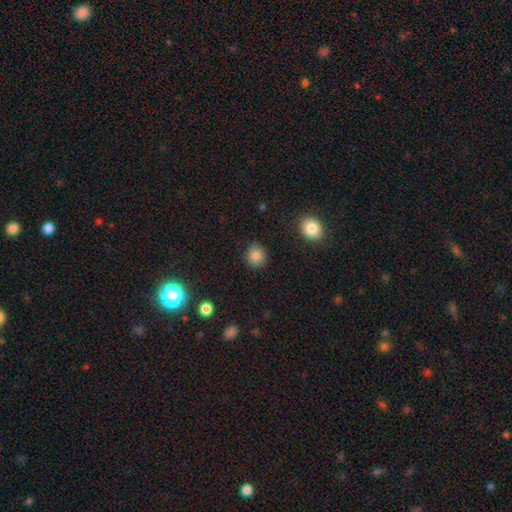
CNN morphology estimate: This appears to be a smooth galaxy with no disk features (82%) that is round (87%). Merging: none (89%).